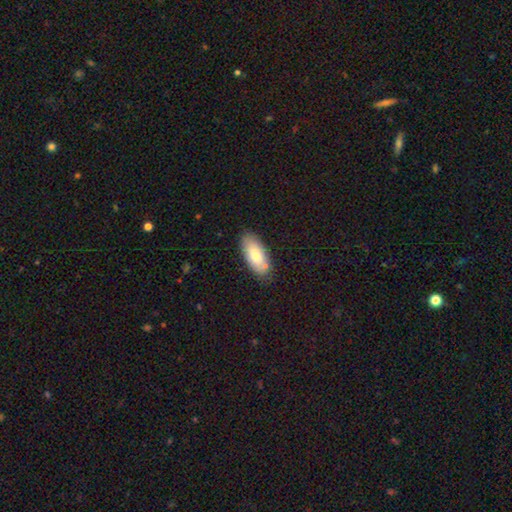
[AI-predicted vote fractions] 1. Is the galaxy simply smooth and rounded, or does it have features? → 77% smooth, 16% featured or disk, 6% star or artifact.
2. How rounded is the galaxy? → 87% in between, 11% cigar-shaped, 2% round.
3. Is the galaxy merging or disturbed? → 79% none, 14% minor disturbance, 4% merger, 3% major disturbance.